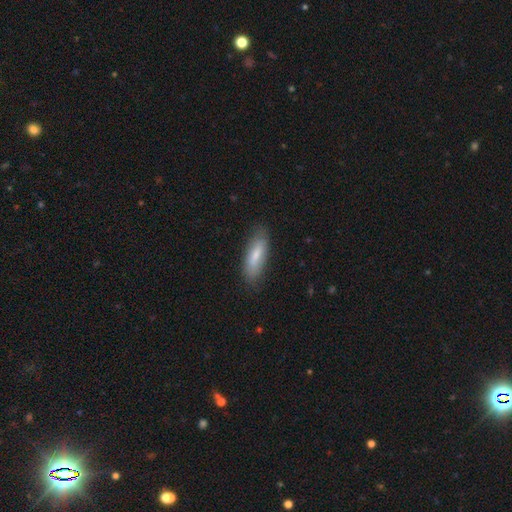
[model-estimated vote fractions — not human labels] This is likely a smooth galaxy (72%). How rounded: possibly in between (54%). Merging: clearly none (81%).